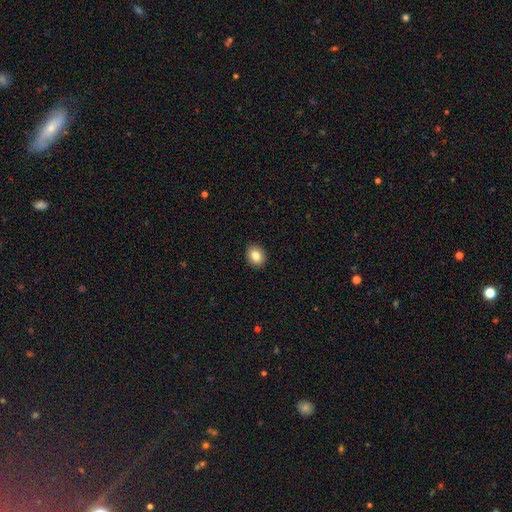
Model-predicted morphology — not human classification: A smooth galaxy with no disk features (84%) that is round (52%). Merging: none (91%).